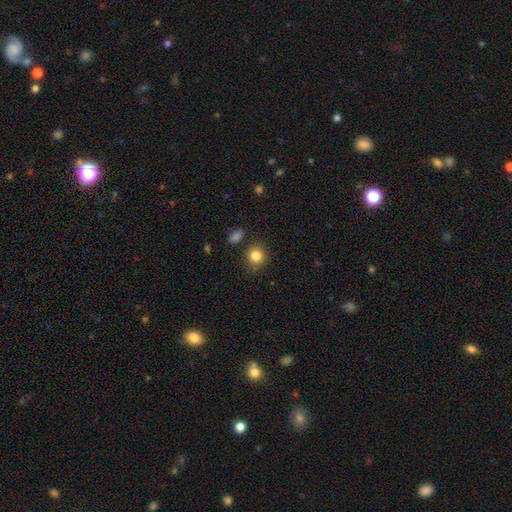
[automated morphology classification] This appears to be a smooth galaxy with no disk features (85%) that is round (83%). Merging: none (81%).